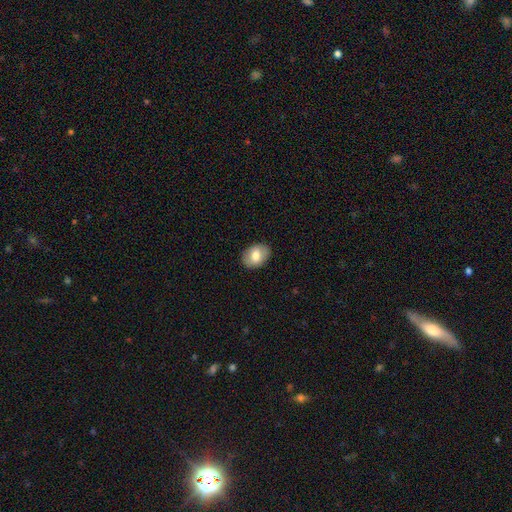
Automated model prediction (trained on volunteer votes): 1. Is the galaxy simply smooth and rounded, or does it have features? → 73% smooth, 20% featured or disk, 7% star or artifact.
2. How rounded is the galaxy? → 75% in between, 24% round, 1% cigar-shaped.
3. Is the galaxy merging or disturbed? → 87% none, 10% minor disturbance, 2% major disturbance, 1% merger.